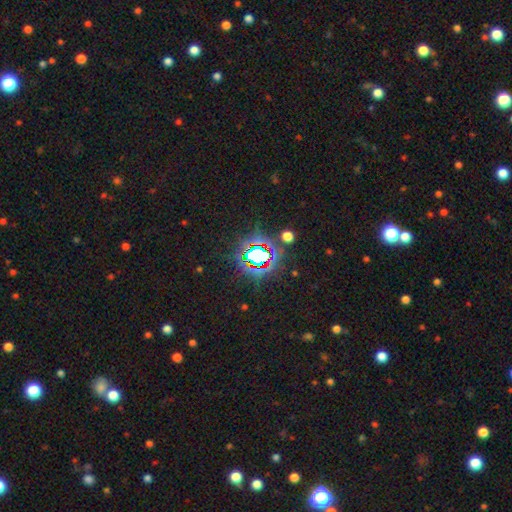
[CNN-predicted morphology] Smooth or featured?
  - star or artifact: 81% *
  - smooth: 11%
  - featured or disk: 8%